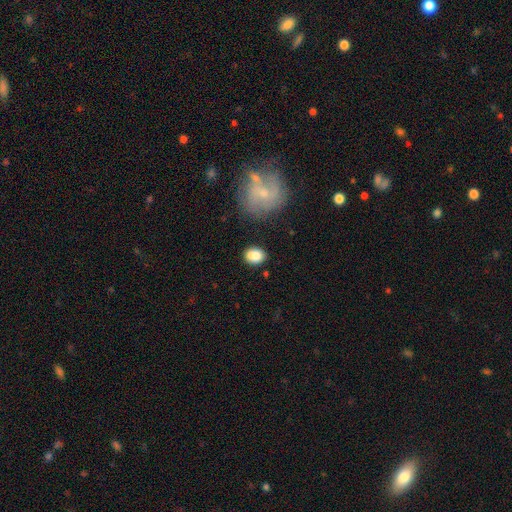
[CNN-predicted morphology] A smooth galaxy with no disk features (84%) that is in between round and cigar-shaped (58%). Merging: none (77%).